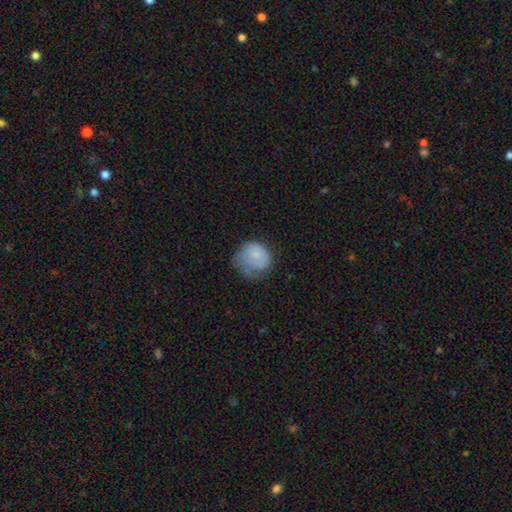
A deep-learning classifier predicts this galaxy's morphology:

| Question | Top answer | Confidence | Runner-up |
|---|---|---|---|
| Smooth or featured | smooth | 67% | featured or disk (26%) |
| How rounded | round | 70% | in between (29%) |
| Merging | none | 34% | minor disturbance (33%) |